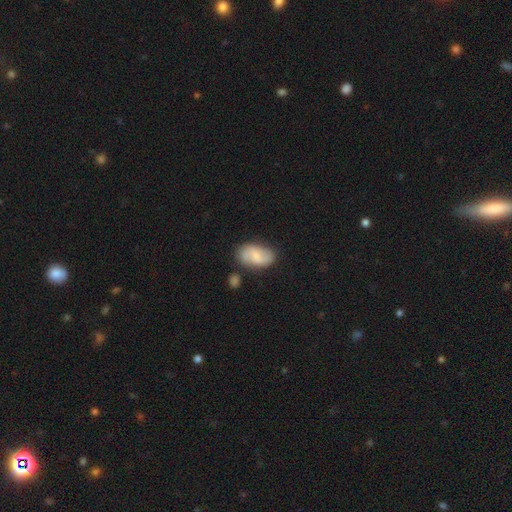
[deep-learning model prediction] Smooth or featured? Predicted: featured or disk (p=0.47). Merging? Predicted: none (p=0.67).